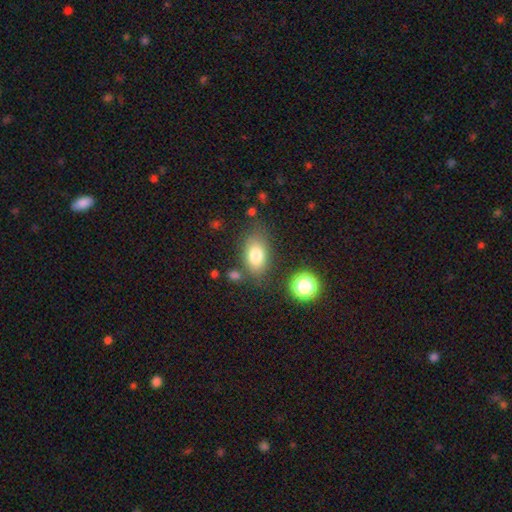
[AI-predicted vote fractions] smooth-or-featured: smooth: 79% | featured or disk: 11% | star or artifact: 10%
  how-rounded: in between: 86% | round: 13% | cigar-shaped: 2%
  merging: none: 73% | minor disturbance: 16% | major disturbance: 6% | merger: 5%